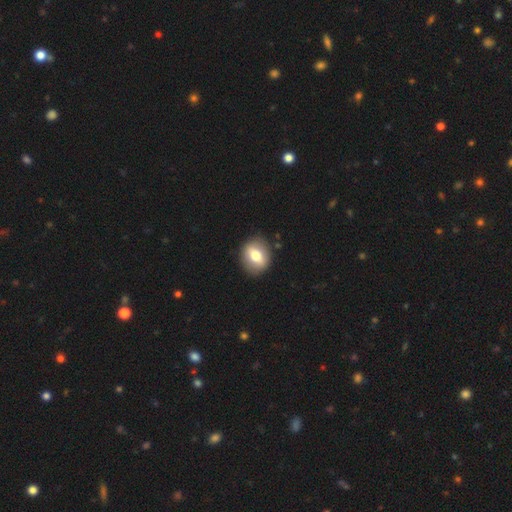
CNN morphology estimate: Smooth or featured: smooth — 65% (featured or disk — 27%)
How rounded: round — 62% (in between — 36%)
Merging: none — 88% (minor disturbance — 8%)